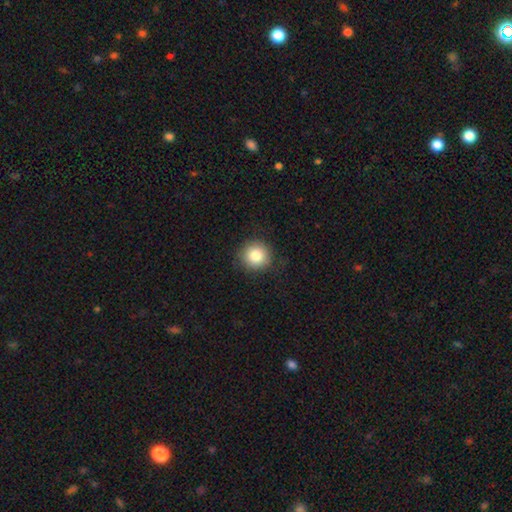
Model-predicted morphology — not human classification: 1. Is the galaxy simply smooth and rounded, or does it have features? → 84% smooth, 9% star or artifact, 7% featured or disk.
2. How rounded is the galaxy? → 93% round, 6% in between, 1% cigar-shaped.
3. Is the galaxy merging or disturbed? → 87% none, 9% minor disturbance, 3% major disturbance, 1% merger.